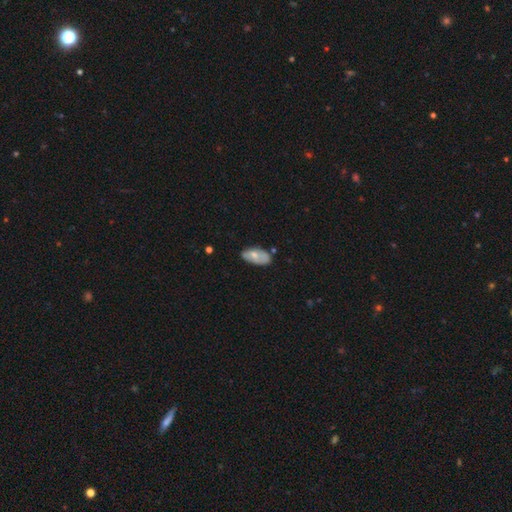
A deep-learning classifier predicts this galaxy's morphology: A smooth galaxy with no disk features (60%) that is in between round and cigar-shaped (93%).

Vote fractions:
- Smooth or featured? smooth: 60% / featured or disk: 34% / star or artifact: 6%
- How rounded? in between: 93% / cigar-shaped: 4% / round: 3%
- Merging? none: 61% / minor disturbance: 28% / major disturbance: 7% / merger: 4%